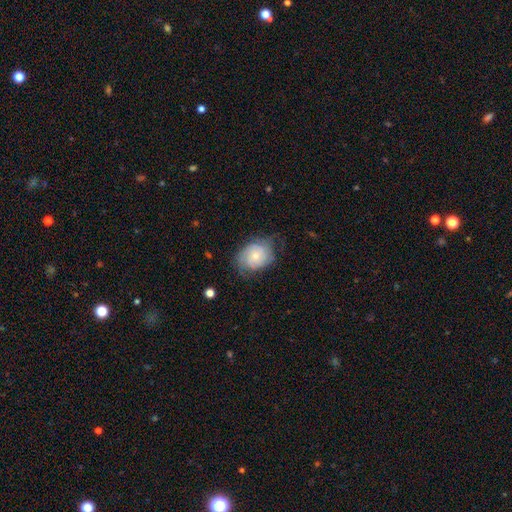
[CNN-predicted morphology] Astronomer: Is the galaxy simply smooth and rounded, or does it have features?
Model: featured or disk — 53% (runner-up: smooth, 40%).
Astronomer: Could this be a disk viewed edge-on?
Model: no — 97%.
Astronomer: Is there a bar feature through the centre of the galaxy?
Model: no — 80%.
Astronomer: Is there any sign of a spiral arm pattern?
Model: yes — 81%.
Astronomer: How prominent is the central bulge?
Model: small — 57% (runner-up: moderate, 36%).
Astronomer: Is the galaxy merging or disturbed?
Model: none — 52% (runner-up: minor disturbance, 30%).